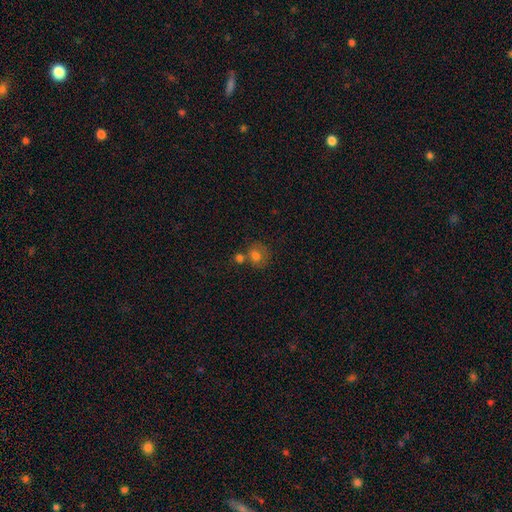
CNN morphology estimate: The model was most divided on "merging": none: 47%, merger: 32%, minor disturbance: 14%, major disturbance: 6%. More confident: how rounded — round (74%); smooth or featured — smooth (73%).